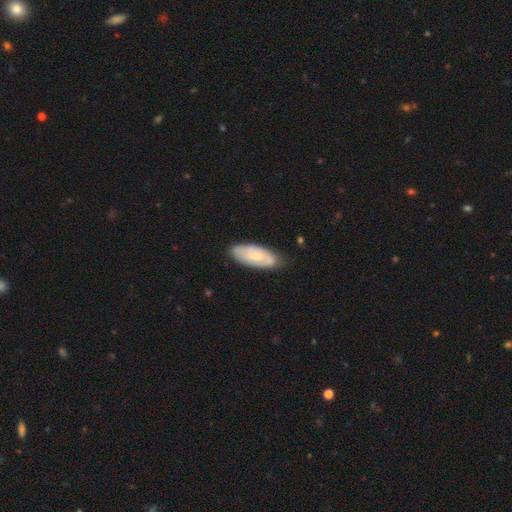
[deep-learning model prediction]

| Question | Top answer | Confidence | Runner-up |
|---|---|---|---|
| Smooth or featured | smooth | 49% | featured or disk (45%) |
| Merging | none | 75% | minor disturbance (19%) |